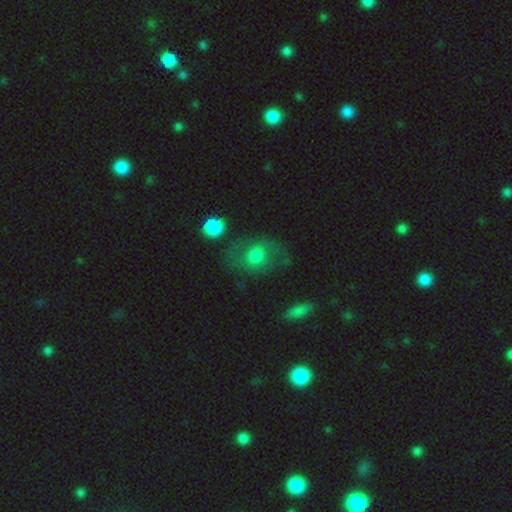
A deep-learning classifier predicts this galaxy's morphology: smooth-or-featured: smooth: 51% | featured or disk: 38% | star or artifact: 11%
  how-rounded: in between: 52% | round: 46% | cigar-shaped: 2%
  merging: none: 56% | minor disturbance: 20% | major disturbance: 19% | merger: 5%